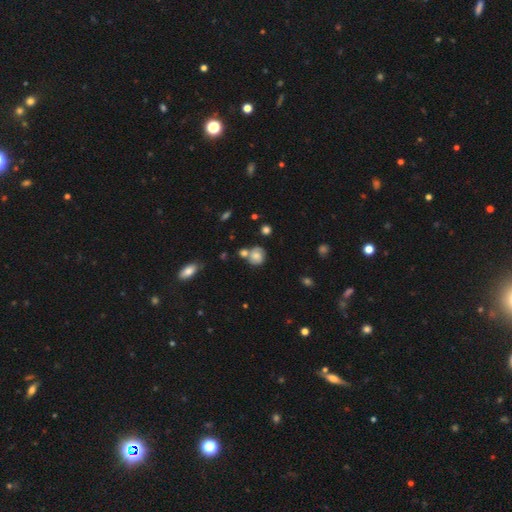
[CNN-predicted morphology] This appears to be a smooth galaxy with no disk features (61%) that is round (75%). Merging: none (51%).